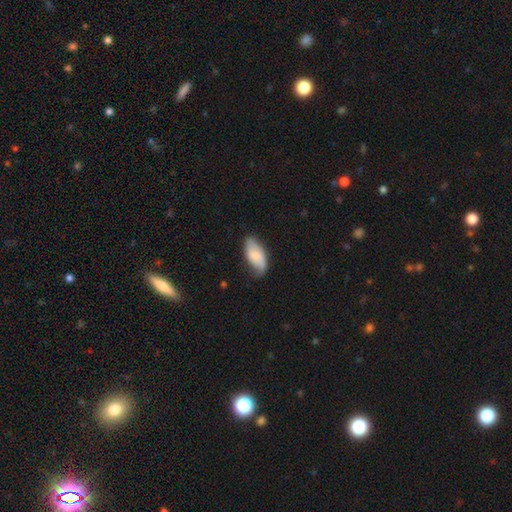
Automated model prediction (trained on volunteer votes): Smooth or featured? Predicted: smooth (p=0.70). How rounded? Predicted: in between (p=0.92). Merging? Predicted: none (p=0.63).